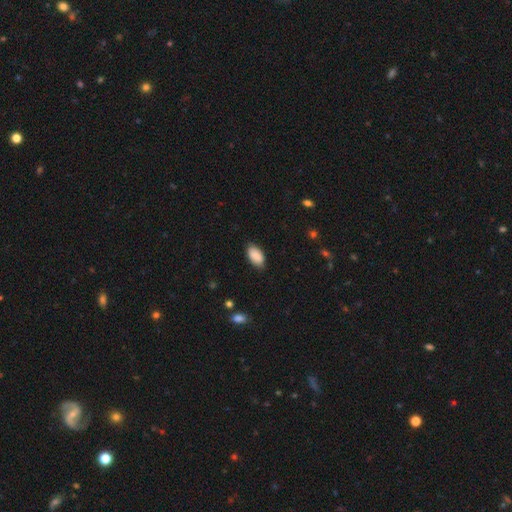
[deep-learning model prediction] smooth 89%, star or artifact 6%, featured or disk 5%. Down the decision tree: how rounded — in between (94%); merging — none (82%).